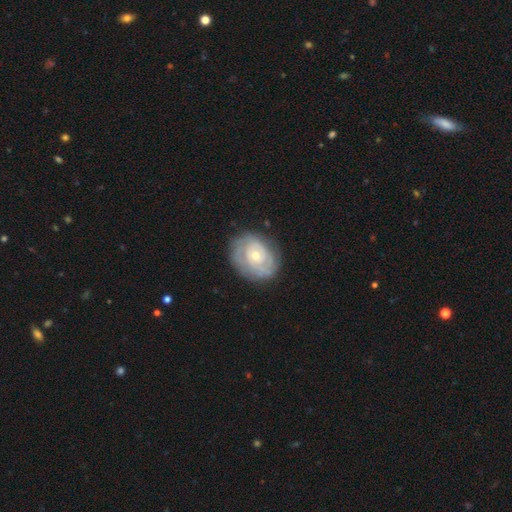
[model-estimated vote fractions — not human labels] Overall: featured or disk (74%). Edge-on disk: no (97%). Bar: no (81%). Spiral arms: yes (81%). Spiral arm count: can't tell (47%; 2 27%). Spiral winding: tight (75%). Bulge size: small (52%; moderate 43%). Merging: none (74%).